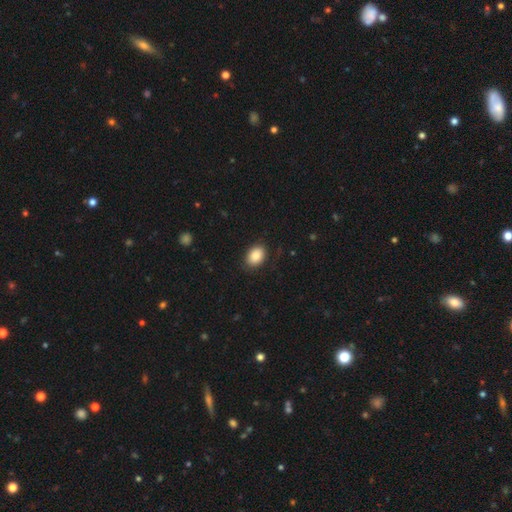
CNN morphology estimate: Overall: smooth (86%). How rounded: in between (72%). Merging: none (86%).